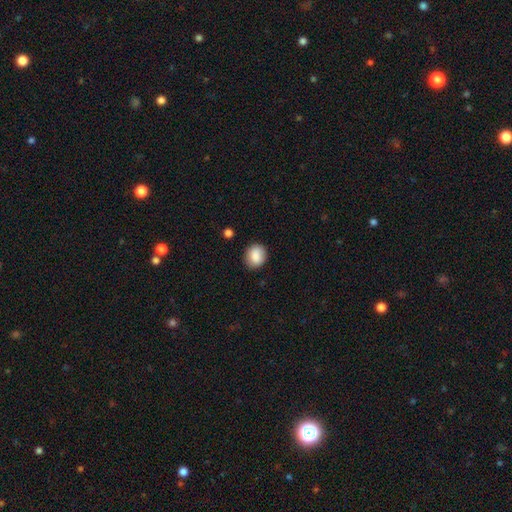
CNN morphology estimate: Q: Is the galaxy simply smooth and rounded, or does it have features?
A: smooth — 87%.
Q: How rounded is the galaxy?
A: round — 64%.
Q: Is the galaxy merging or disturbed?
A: none — 85%.